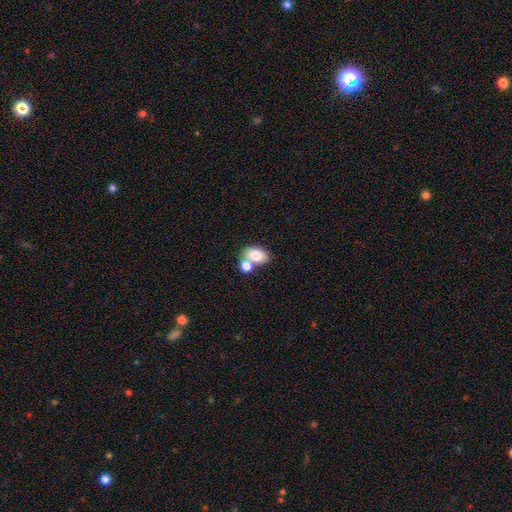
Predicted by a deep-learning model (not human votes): A smooth galaxy with no disk features (79%) that is in between round and cigar-shaped (79%). Merging: merger (51%).